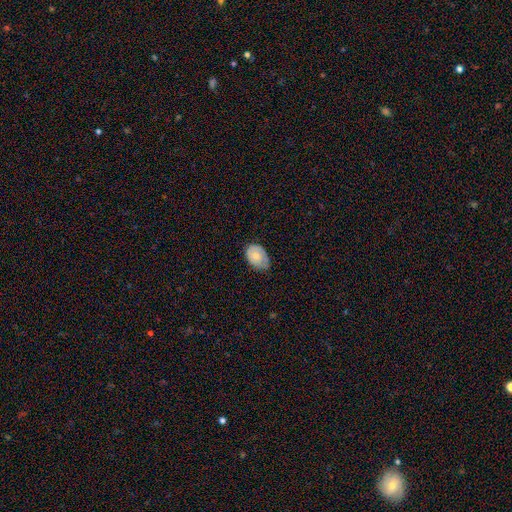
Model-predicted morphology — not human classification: A smooth galaxy with no disk features (65%) that is in between round and cigar-shaped (79%). Merging: none (59%).